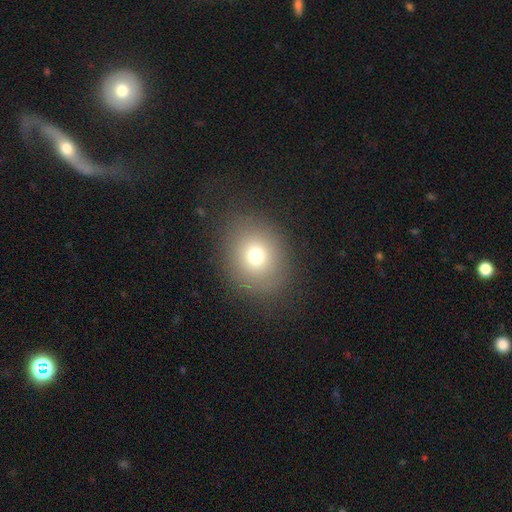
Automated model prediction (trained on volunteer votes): smooth-or-featured: smooth: 74% | star or artifact: 15% | featured or disk: 12%
  how-rounded: round: 67% | in between: 32% | cigar-shaped: 1%
  merging: none: 84% | minor disturbance: 9% | major disturbance: 5% | merger: 1%